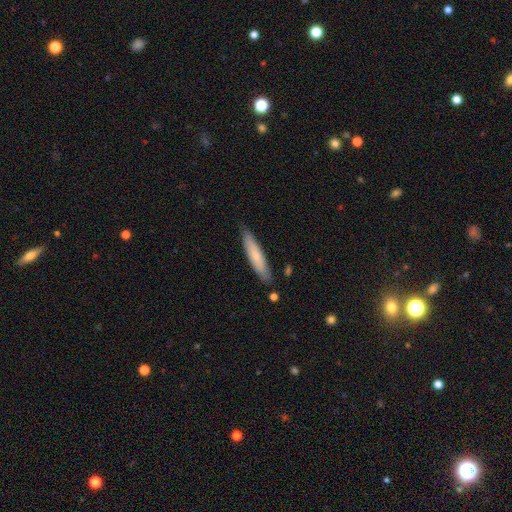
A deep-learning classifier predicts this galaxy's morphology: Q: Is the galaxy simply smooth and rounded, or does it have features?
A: smooth — 70%.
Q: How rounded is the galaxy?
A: cigar-shaped — 85%.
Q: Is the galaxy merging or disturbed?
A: none — 84%.